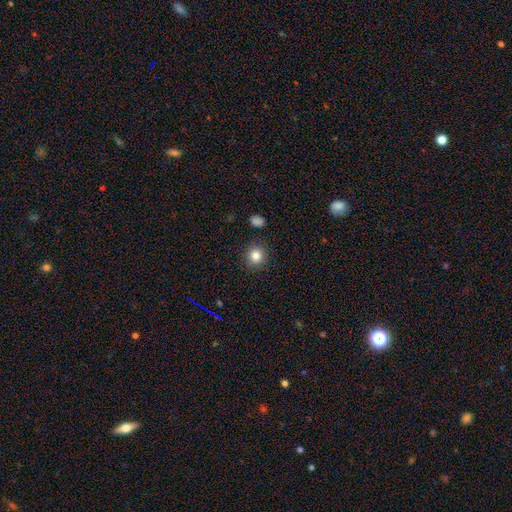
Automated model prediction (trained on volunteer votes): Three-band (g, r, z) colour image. It shows a smooth galaxy with no disk features (84%) that is round (89%). Merging: none (89%).